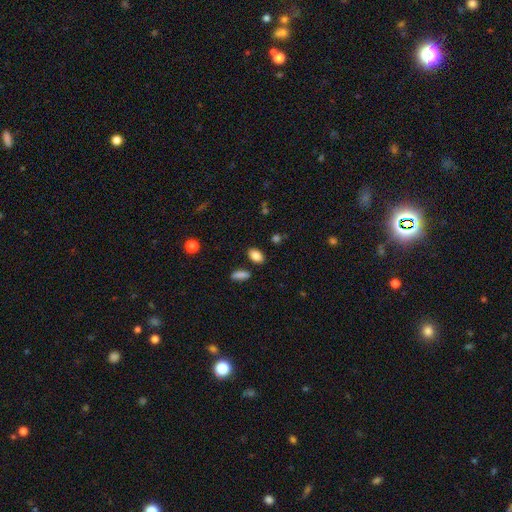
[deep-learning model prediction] This is clearly a smooth galaxy (86%). How rounded: clearly in between (87%). Merging: clearly none (85%).